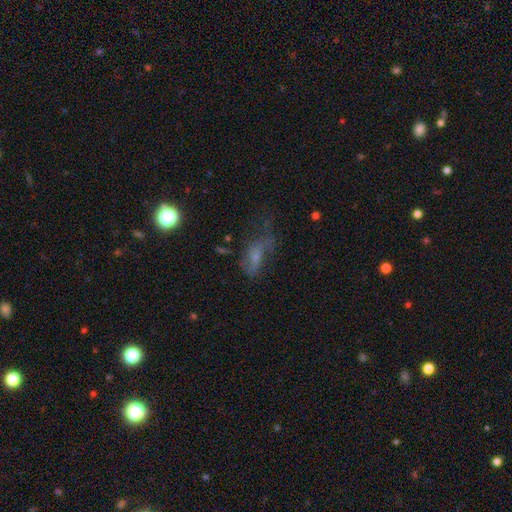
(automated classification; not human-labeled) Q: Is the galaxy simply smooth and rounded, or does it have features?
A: smooth — 42%.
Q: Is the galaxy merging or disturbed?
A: major disturbance — 39%.